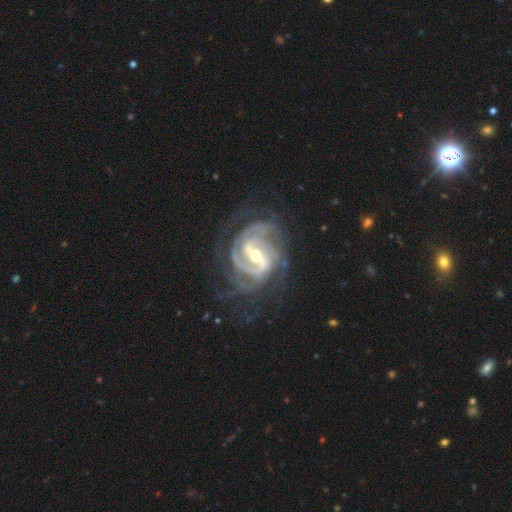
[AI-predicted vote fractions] The model was most divided on "spiral winding": tight: 47%, medium: 41%, loose: 12%. Remaining: spiral arms — yes (98%); edge-on disk — no (97%); smooth or featured — featured or disk (92%); merging — none (64%); bar — strong (62%); bulge size — moderate (56%); spiral arm count — 2 (41%).